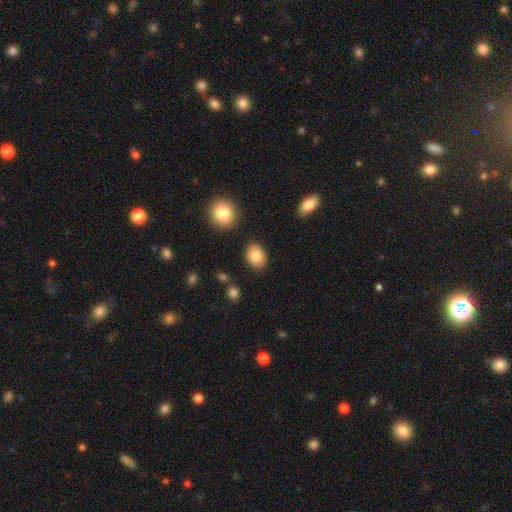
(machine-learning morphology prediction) This appears to be a smooth galaxy with no disk features (85%) that is in between round and cigar-shaped (71%). Merging: none (85%).